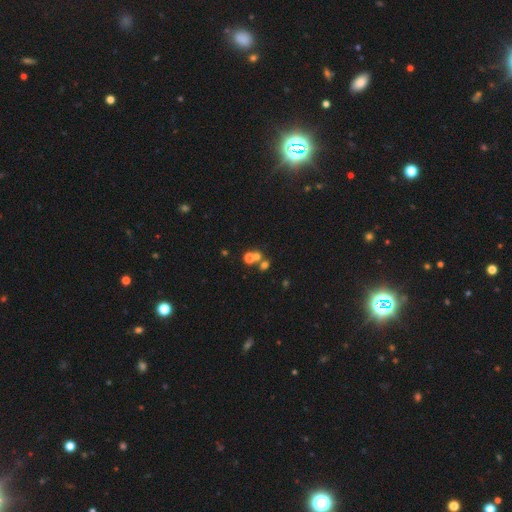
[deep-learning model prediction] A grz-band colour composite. It shows a smooth galaxy with no disk features (43%, tied with star or artifact). Merging: none (55%).